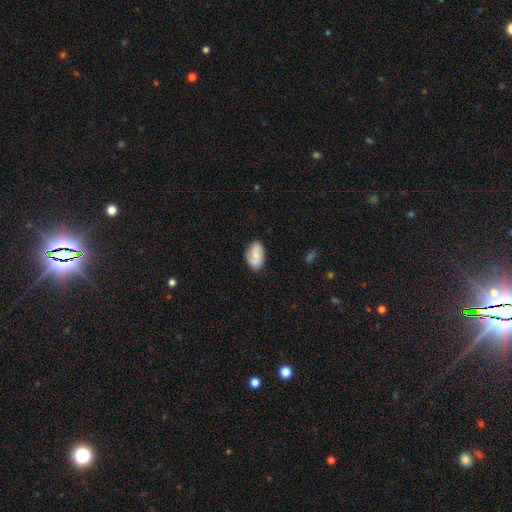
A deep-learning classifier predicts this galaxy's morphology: Overall: smooth (49%; featured or disk 44%). Merging: none (71%).